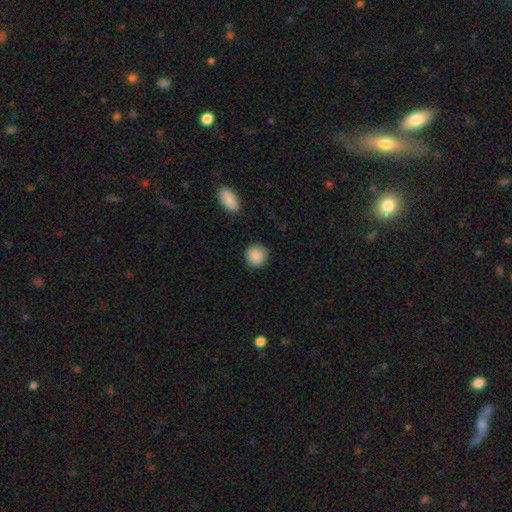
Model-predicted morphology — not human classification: Smooth or featured? Predicted: smooth (p=0.89). How rounded? Predicted: round (p=0.90). Merging? Predicted: none (p=0.89).